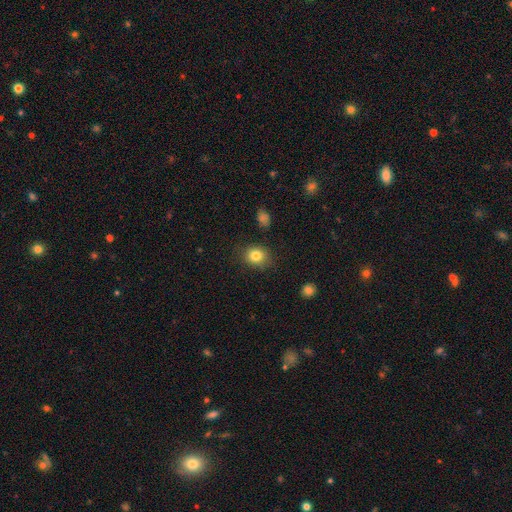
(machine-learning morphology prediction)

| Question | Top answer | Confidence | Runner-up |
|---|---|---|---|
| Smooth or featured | smooth | 82% | star or artifact (11%) |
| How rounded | round | 67% | in between (32%) |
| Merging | none | 83% | minor disturbance (12%) |